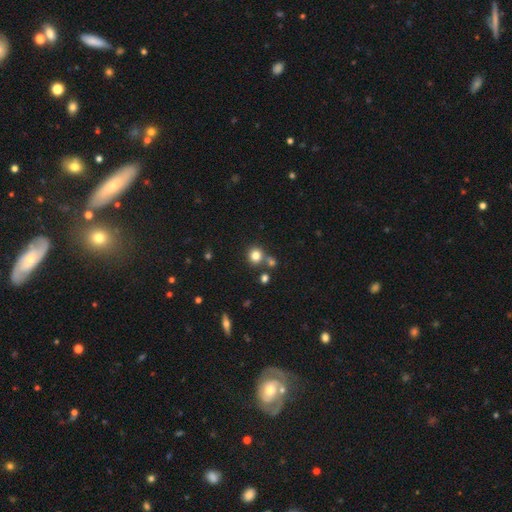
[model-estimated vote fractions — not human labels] A smooth galaxy with no disk features (81%) that is round (88%).

Vote fractions:
- Smooth or featured? smooth: 81% / star or artifact: 13% / featured or disk: 7%
- How rounded? round: 88% / in between: 11% / cigar-shaped: 1%
- Merging? none: 69% / merger: 19% / minor disturbance: 9% / major disturbance: 3%